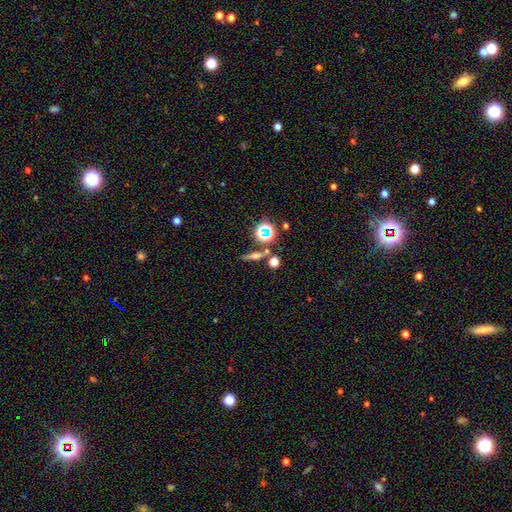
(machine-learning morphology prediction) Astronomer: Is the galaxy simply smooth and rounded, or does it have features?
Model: featured or disk — 39% (runner-up: smooth, 36%).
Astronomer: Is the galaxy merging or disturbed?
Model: none — 73%.